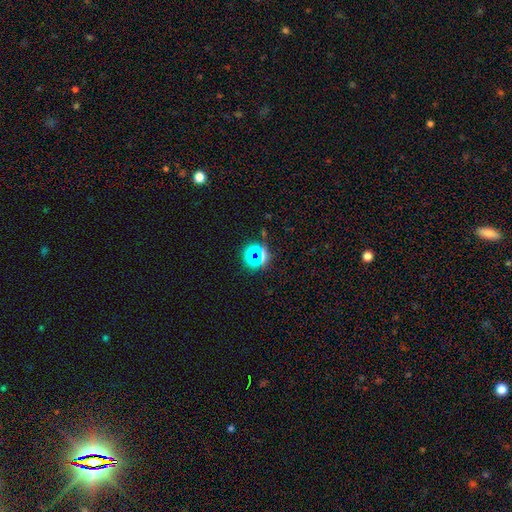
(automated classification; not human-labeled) star or artifact 66%, smooth 24%, featured or disk 10%.